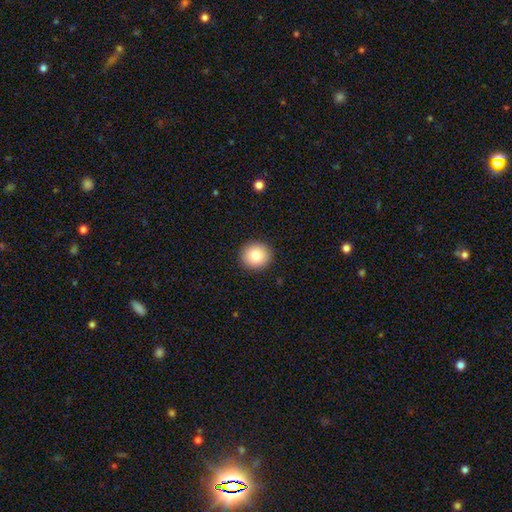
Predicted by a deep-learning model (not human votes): smooth_or_featured: smooth (p=0.81) [alt: featured or disk p=0.10]
how_rounded: round (p=0.90) [alt: in between p=0.09]
merging: none (p=0.92) [alt: minor disturbance p=0.05]